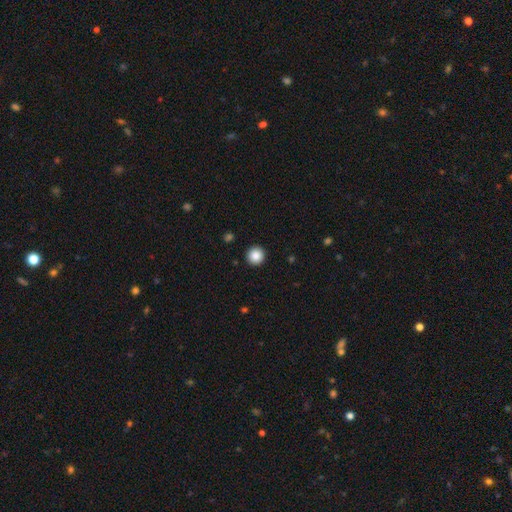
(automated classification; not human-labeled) smooth-or-featured: smooth: 87% | star or artifact: 9% | featured or disk: 3%
  how-rounded: round: 96% | in between: 3% | cigar-shaped: 1%
  merging: none: 93% | minor disturbance: 4% | major disturbance: 2% | merger: 1%